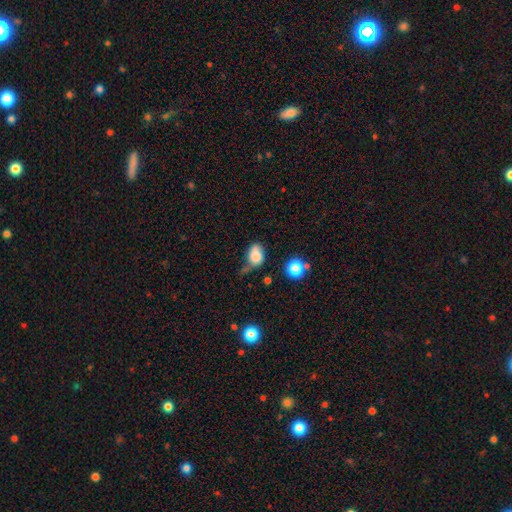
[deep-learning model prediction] Smooth or featured? smooth (77%)
How rounded? in between (70%)
Merging? minor disturbance (36%)